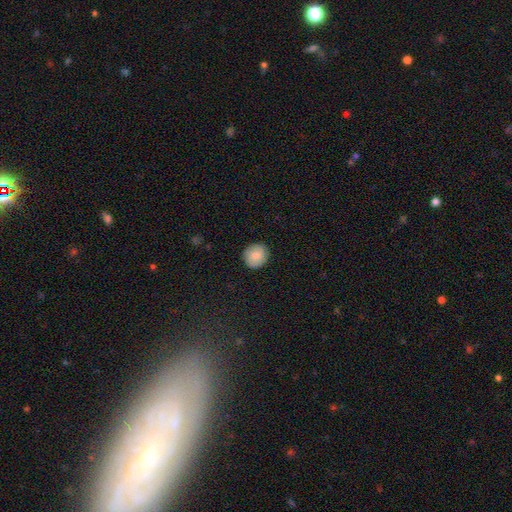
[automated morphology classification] A smooth galaxy with no disk features (77%) that is round (89%).

Vote fractions:
- Smooth or featured? smooth: 77% / featured or disk: 15% / star or artifact: 7%
- How rounded? round: 89% / in between: 10% / cigar-shaped: 1%
- Merging? none: 89% / minor disturbance: 8% / major disturbance: 2% / merger: 1%